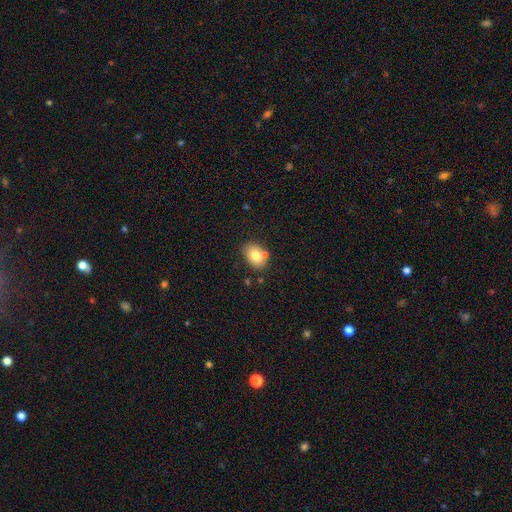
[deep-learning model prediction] Smooth or featured: smooth — 76% (featured or disk — 15%)
How rounded: in between — 74% (round — 25%)
Merging: none — 68% (merger — 15%)